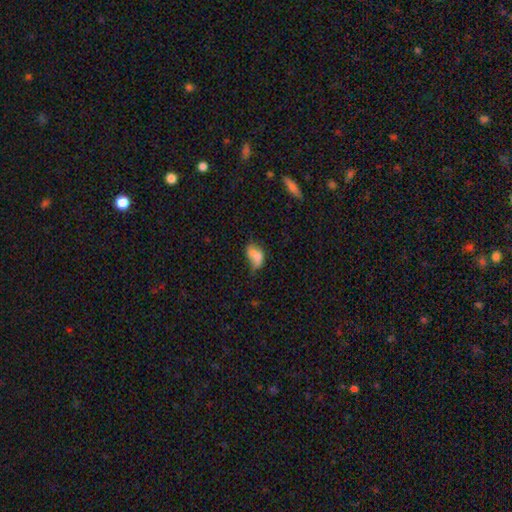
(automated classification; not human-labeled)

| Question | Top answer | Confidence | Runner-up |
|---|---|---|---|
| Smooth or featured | smooth | 67% | featured or disk (22%) |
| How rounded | in between | 82% | round (14%) |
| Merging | merger | 32% | none (26%) |